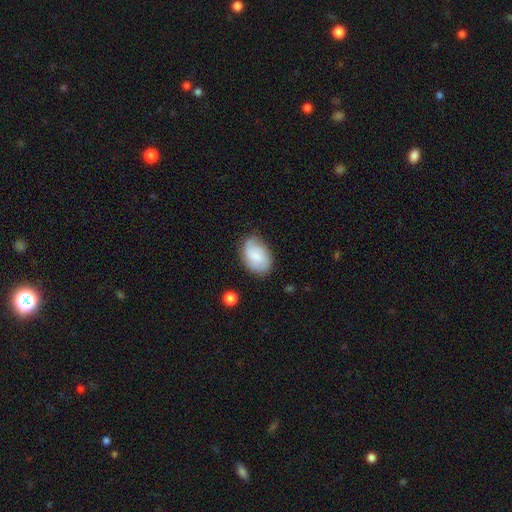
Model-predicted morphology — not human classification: This is likely a smooth galaxy (69%). How rounded: clearly in between (85%). Merging: likely none (70%).